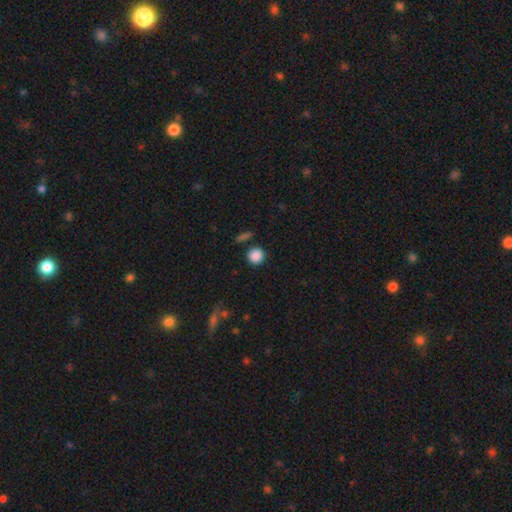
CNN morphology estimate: Smooth or featured: smooth — 87% (star or artifact — 9%)
How rounded: round — 92% (in between — 7%)
Merging: none — 85% (minor disturbance — 8%)